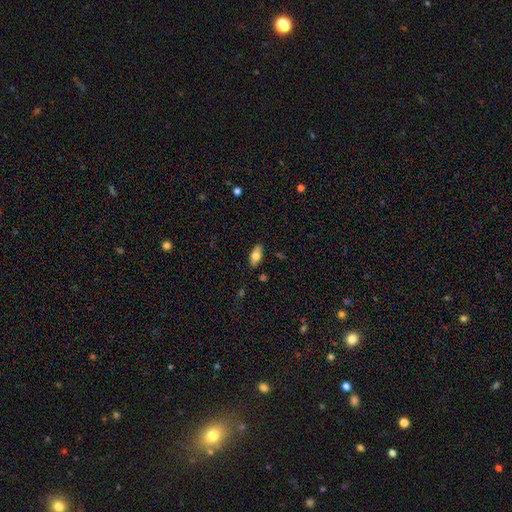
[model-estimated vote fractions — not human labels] Smooth or featured? smooth (71%)
How rounded? in between (87%)
Merging? none (85%)